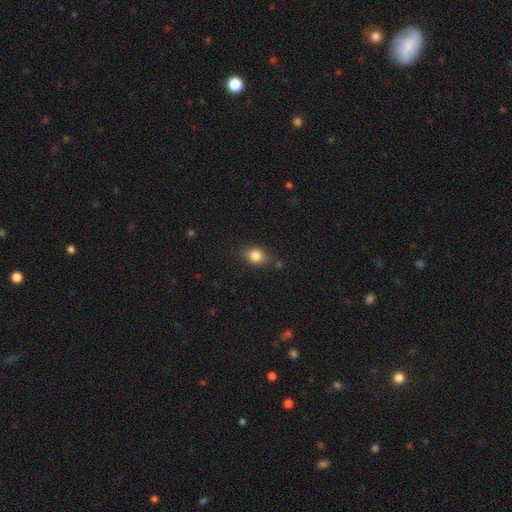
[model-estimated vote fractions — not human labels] Smooth or featured: smooth — 82% (star or artifact — 10%)
How rounded: in between — 55% (round — 43%)
Merging: none — 75% (minor disturbance — 18%)